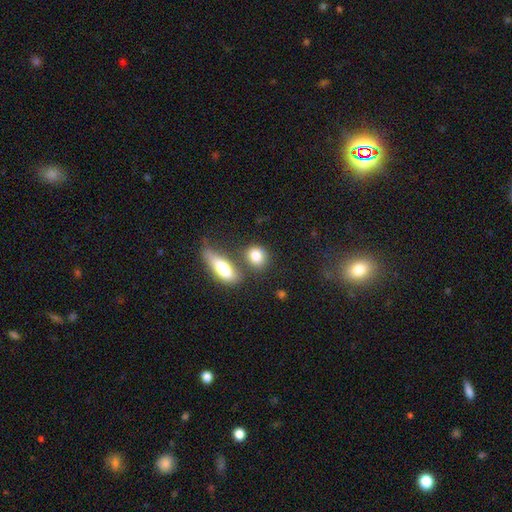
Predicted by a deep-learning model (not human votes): Q: Smooth or featured?
A: smooth (82%); runner-up: featured or disk (10%)
Q: How rounded?
A: round (53%); runner-up: in between (42%)
Q: Merging?
A: none (56%); runner-up: merger (26%)